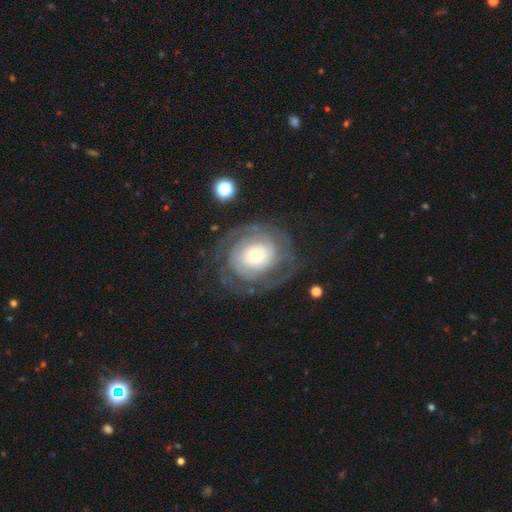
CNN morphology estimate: featured or disk 73%, smooth 20%, star or artifact 6%. Down the decision tree: edge-on disk — no (97%); bar — no (83%); spiral arms — yes (81%); spiral arm count — can't tell (42%); spiral winding — tight (71%); bulge size — small (48%); merging — none (68%).